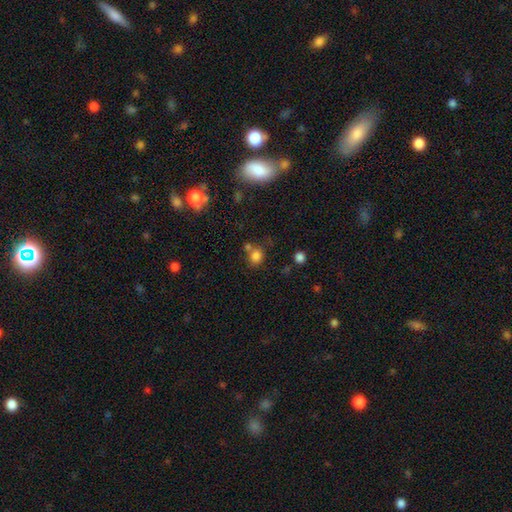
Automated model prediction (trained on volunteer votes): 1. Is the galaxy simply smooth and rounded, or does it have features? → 79% smooth, 15% star or artifact, 6% featured or disk.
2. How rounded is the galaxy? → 73% round, 26% in between, 1% cigar-shaped.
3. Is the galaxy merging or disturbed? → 60% none, 24% merger, 11% minor disturbance, 5% major disturbance.